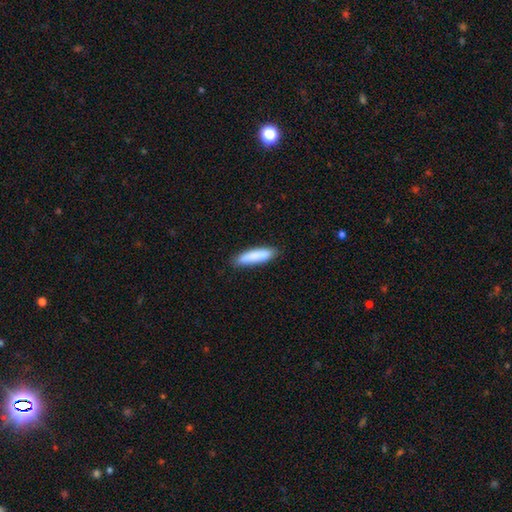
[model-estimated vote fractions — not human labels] This appears to be a smooth galaxy with no disk features (85%) that is cigar-shaped (72%). Merging: none (83%).